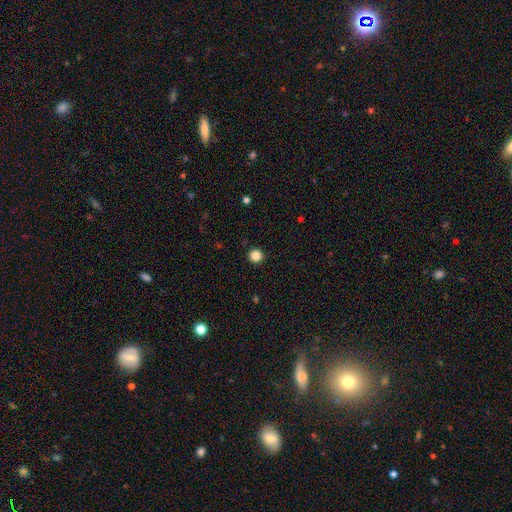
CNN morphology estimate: smooth_or_featured: smooth (p=0.85) [alt: star or artifact p=0.12]
how_rounded: round (p=0.95) [alt: in between p=0.04]
merging: none (p=0.93) [alt: minor disturbance p=0.04]